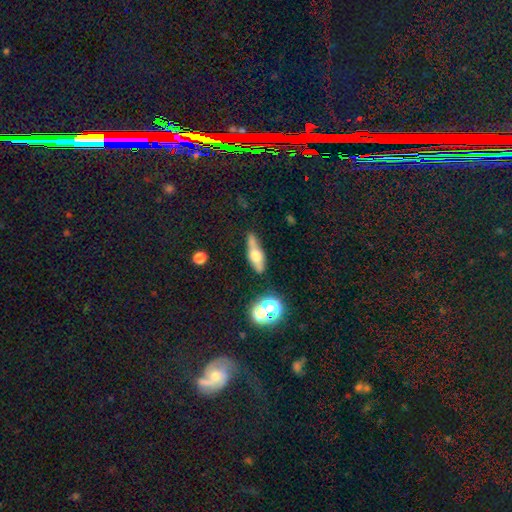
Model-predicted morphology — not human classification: featured or disk 51%, smooth 40%, star or artifact 10%. Down the decision tree: edge-on disk — yes (83%); merging — none (72%).